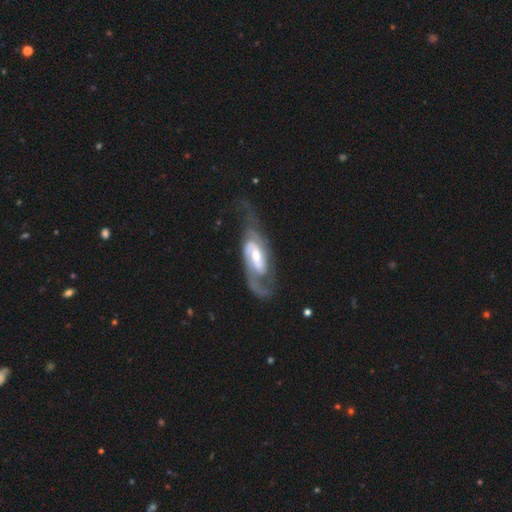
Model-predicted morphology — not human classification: The model was most divided on "spiral winding": medium: 45%, tight: 33%, loose: 22%. Remaining: spiral arms — yes (95%); edge-on disk — no (94%); smooth or featured — featured or disk (87%); spiral arm count — 2 (71%); bulge size — moderate (57%); merging — none (49%); bar — weak (44%).